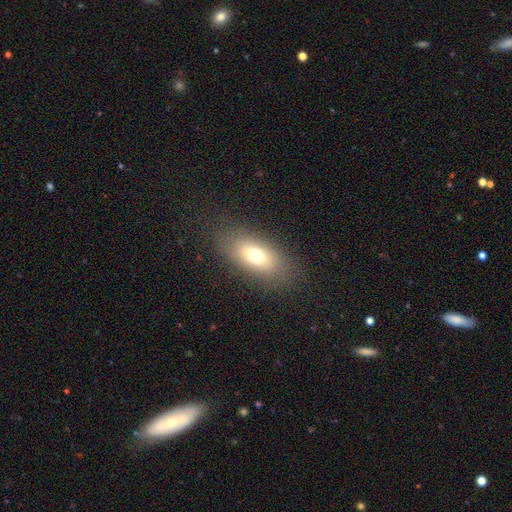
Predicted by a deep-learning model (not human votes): Morphology: type=smooth (69%); roundness=in between (84%); merging=none (80%).